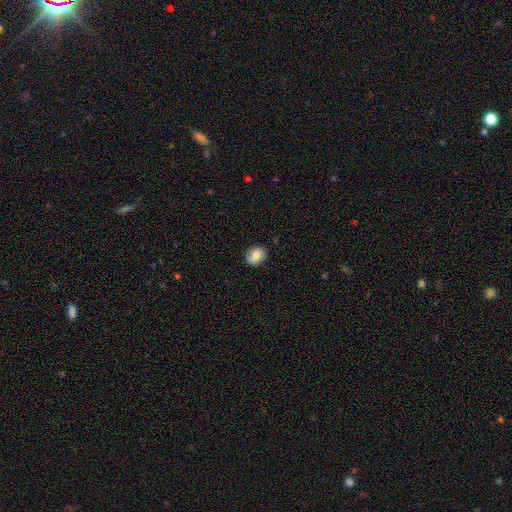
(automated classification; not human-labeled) Overall: smooth (79%). How rounded: round (56%; in between 43%). Merging: none (84%).